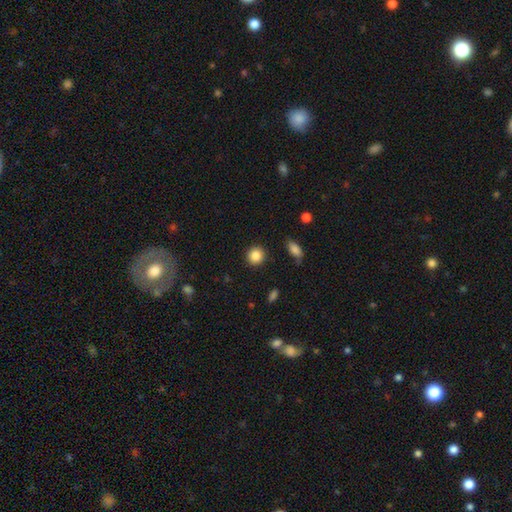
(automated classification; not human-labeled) Smooth or featured? Predicted: smooth (p=0.86). How rounded? Predicted: round (p=0.91). Merging? Predicted: none (p=0.90).